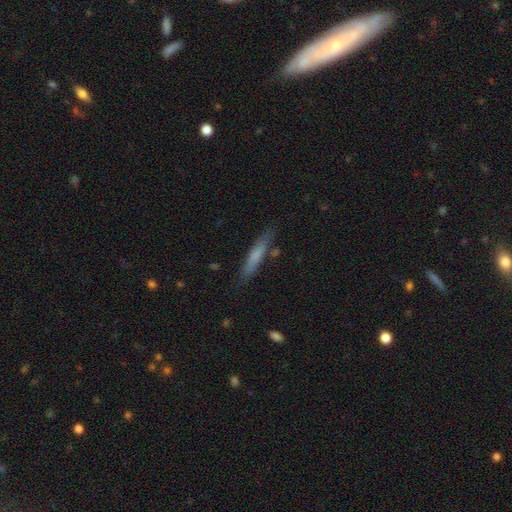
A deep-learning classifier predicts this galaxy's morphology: smooth 67%, featured or disk 26%, star or artifact 7%. Down the decision tree: how rounded — cigar-shaped (90%); merging — none (80%).